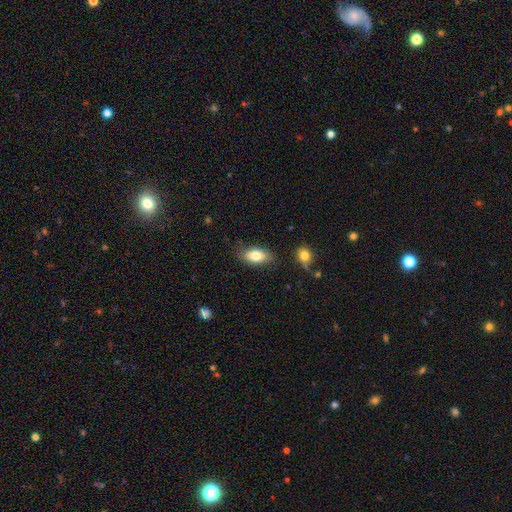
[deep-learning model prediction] Smooth or featured? Predicted: smooth (p=0.81). How rounded? Predicted: in between (p=0.91). Merging? Predicted: none (p=0.78).